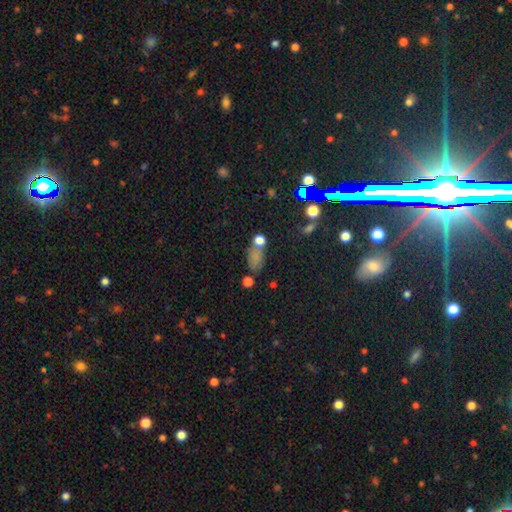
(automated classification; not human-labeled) smooth-or-featured: smooth: 67% | star or artifact: 22% | featured or disk: 11%
  how-rounded: in between: 79% | round: 16% | cigar-shaped: 5%
  merging: none: 54% | merger: 19% | minor disturbance: 18% | major disturbance: 9%